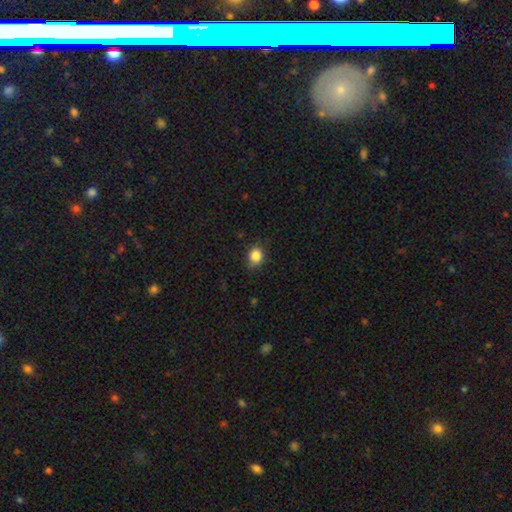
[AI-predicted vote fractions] Smooth or featured? smooth (86%)
How rounded? round (66%)
Merging? none (77%)